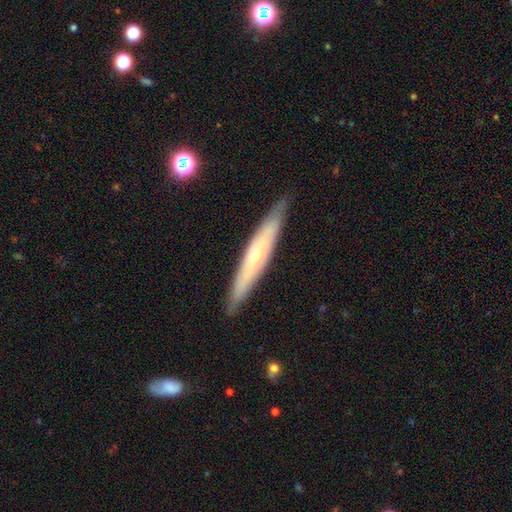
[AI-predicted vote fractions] Morphology: type=featured or disk (62%); edge-on=yes (79%); merging=none (87%).